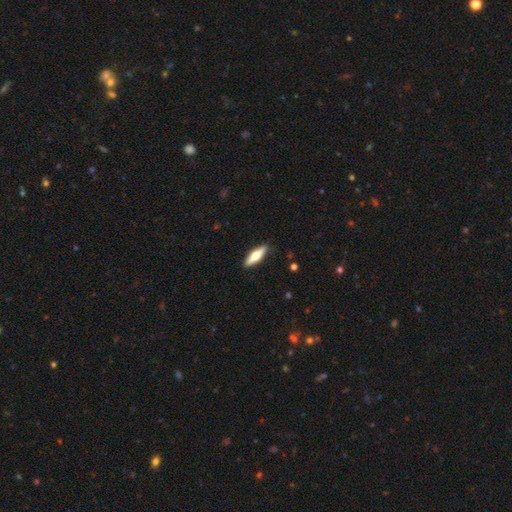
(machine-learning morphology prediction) This appears to be a featured or disk galaxy (48%). Merging: none (89%).